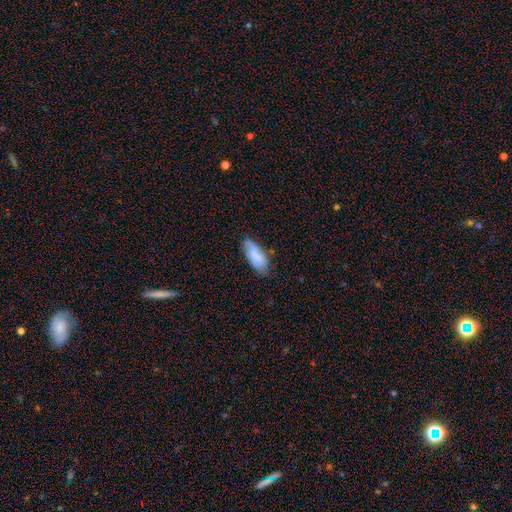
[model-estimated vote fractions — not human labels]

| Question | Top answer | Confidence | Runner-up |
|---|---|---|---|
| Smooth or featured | smooth | 77% | featured or disk (15%) |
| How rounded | in between | 83% | cigar-shaped (15%) |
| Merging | none | 58% | minor disturbance (31%) |